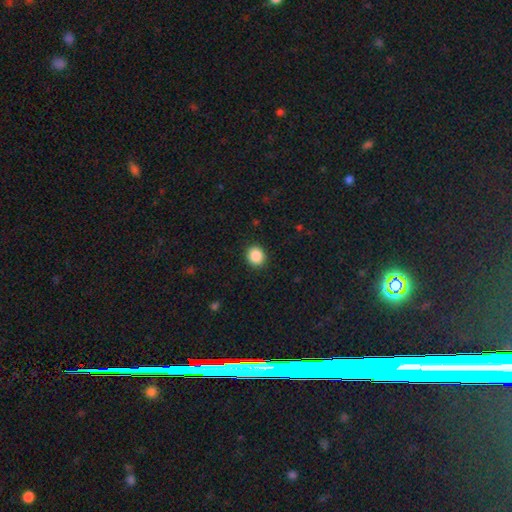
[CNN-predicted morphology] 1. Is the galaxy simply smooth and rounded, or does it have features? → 88% smooth, 9% star or artifact, 3% featured or disk.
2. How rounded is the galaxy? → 79% round, 20% in between, 1% cigar-shaped.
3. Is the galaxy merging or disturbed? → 91% none, 6% minor disturbance, 2% major disturbance, 1% merger.